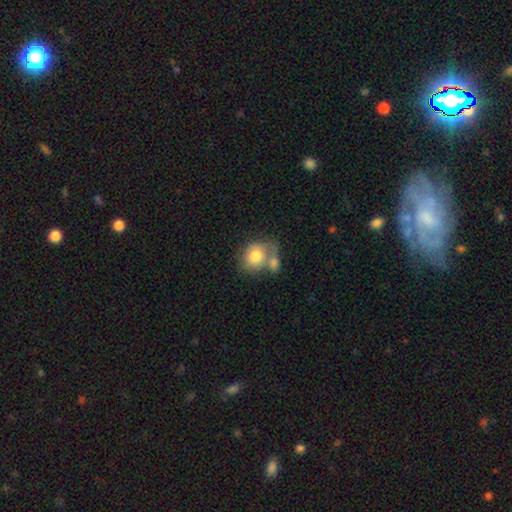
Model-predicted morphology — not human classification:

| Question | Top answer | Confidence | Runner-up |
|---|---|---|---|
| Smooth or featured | smooth | 78% | featured or disk (15%) |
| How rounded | round | 60% | in between (39%) |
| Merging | merger | 45% | none (33%) |